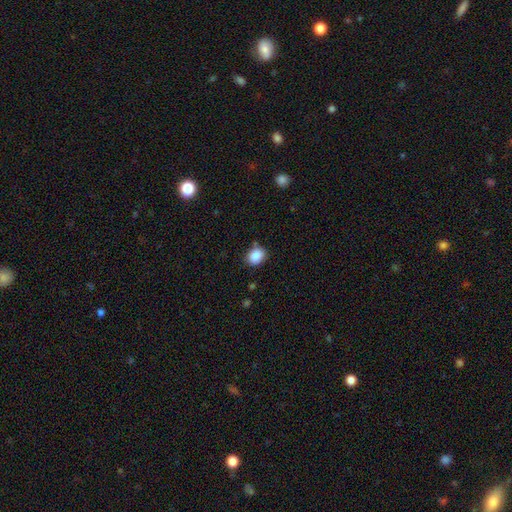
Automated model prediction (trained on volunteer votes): This is clearly a smooth galaxy (86%). How rounded: possibly round (55%). Merging: likely none (80%).